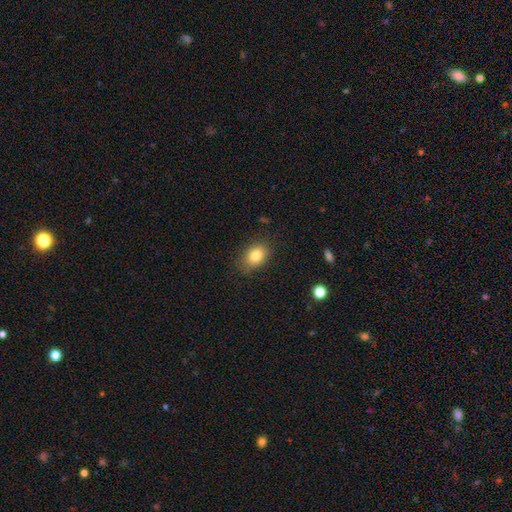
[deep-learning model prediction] The model was most divided on "how rounded": in between: 76%, round: 23%, cigar-shaped: 1%. More confident: smooth or featured — smooth (81%); merging — none (80%).